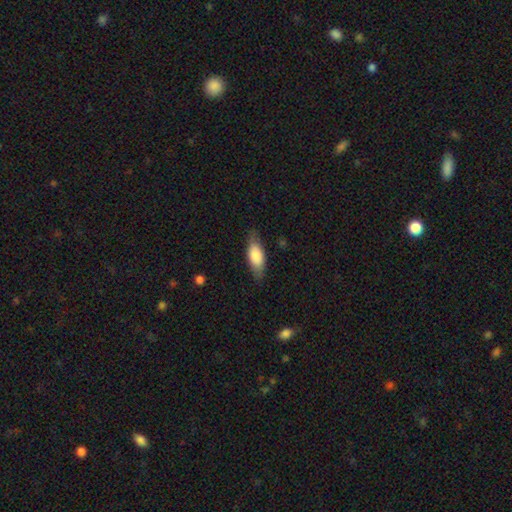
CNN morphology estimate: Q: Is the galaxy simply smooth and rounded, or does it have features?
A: smooth — 79%.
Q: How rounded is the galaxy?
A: in between — 77%.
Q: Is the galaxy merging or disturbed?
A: none — 79%.